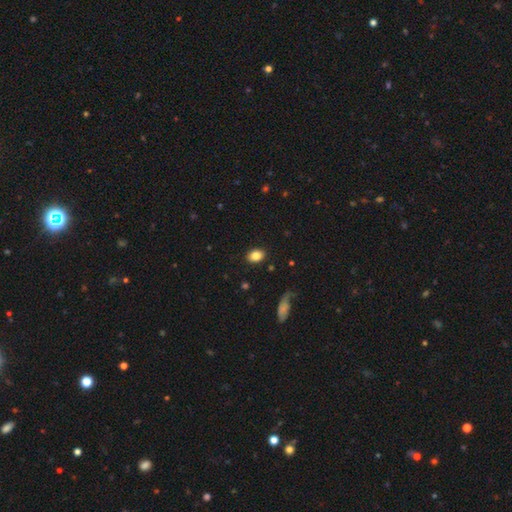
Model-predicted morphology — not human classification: type=smooth (86%); roundness=in between (75%); merging=none (87%).